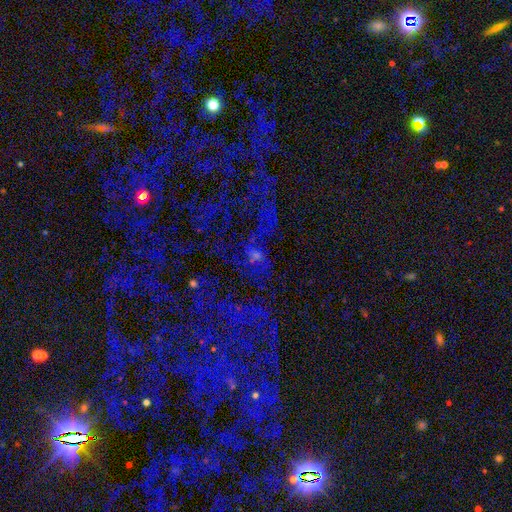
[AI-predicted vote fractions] A star or artifact, not a galaxy (57%).

Vote fractions:
- Smooth or featured? star or artifact: 57% / smooth: 24% / featured or disk: 19%